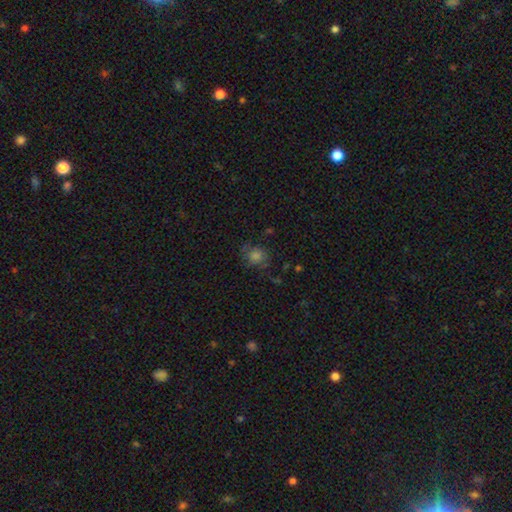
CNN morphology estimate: A smooth galaxy with no disk features (68%) that is round (73%). Merging: none (71%).